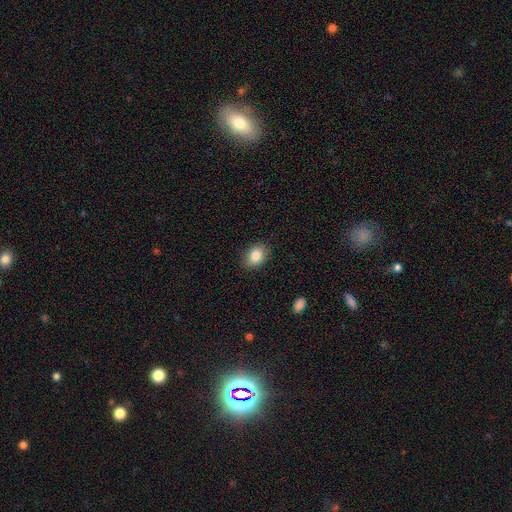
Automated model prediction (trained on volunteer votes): smooth-or-featured: smooth: 84% | star or artifact: 8% | featured or disk: 8%
  how-rounded: in between: 70% | round: 28% | cigar-shaped: 1%
  merging: none: 85% | minor disturbance: 12% | major disturbance: 2% | merger: 1%